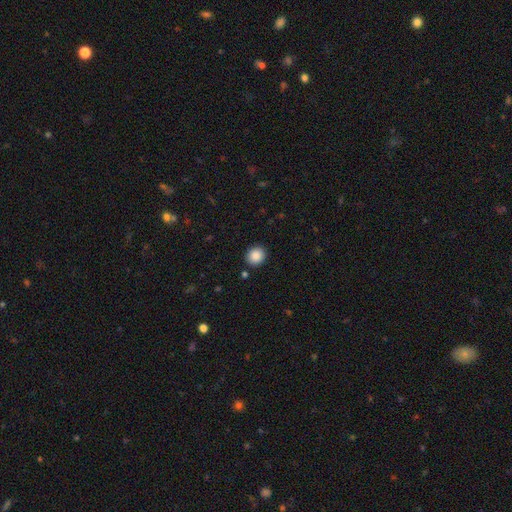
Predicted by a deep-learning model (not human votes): A smooth galaxy with no disk features (87%) that is round (80%). Merging: none (90%).